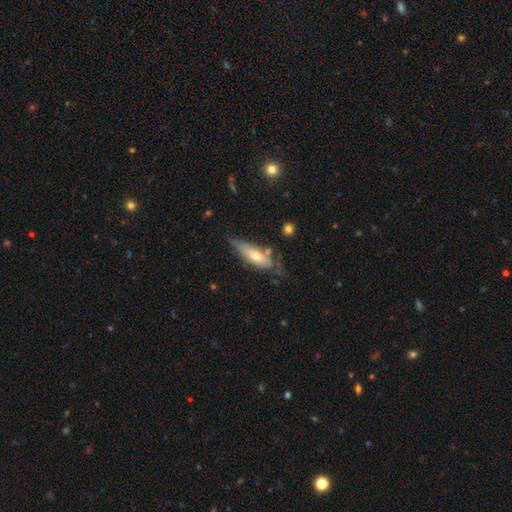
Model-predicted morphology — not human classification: Smooth or featured?
  - smooth: 48% *
  - featured or disk: 45%
  - star or artifact: 6%
Merging?
  - none: 57% *
  - minor disturbance: 28%
  - major disturbance: 8%
  - merger: 6%